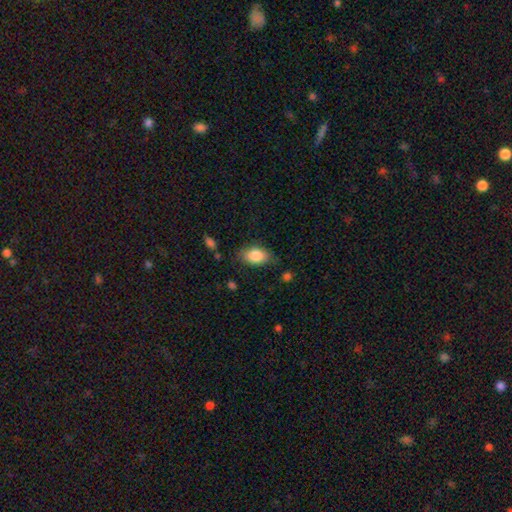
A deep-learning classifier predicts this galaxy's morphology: Smooth or featured? smooth (84%)
How rounded? in between (90%)
Merging? none (78%)